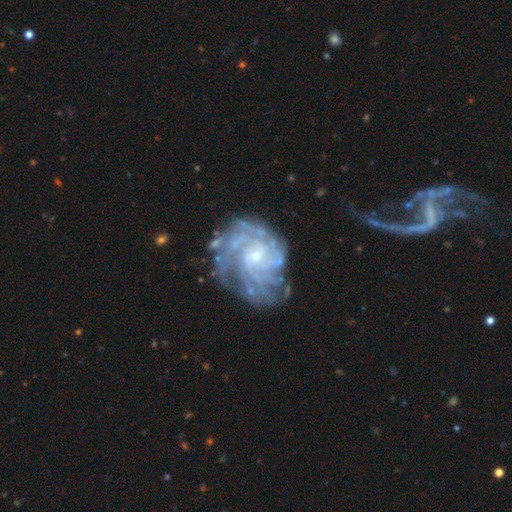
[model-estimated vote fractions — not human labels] smooth-or-featured: featured or disk: 87% | star or artifact: 7% | smooth: 6%
  disk-edge-on: no: 98% | yes: 2%
    bar: no: 57% | weak: 36% | strong: 7%
    has-spiral-arms: yes: 96% | no: 4%
      spiral-winding: tight: 67% | medium: 27% | loose: 6%
      spiral-arm-count: can't tell: 30% | 4: 24% | more than 4: 17% | 3: 13% | 2: 9% | 1: 7%
    bulge-size: small: 72% | moderate: 21% | none: 5% | large: 1% | dominant: 1%
  merging: none: 67% | minor disturbance: 20% | major disturbance: 11% | merger: 2%